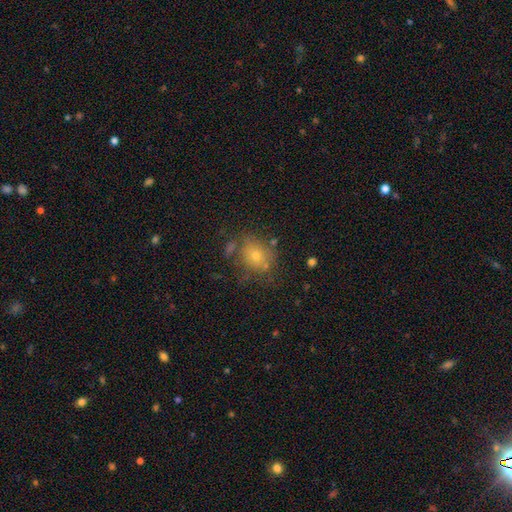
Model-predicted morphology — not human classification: Overall: smooth (58%; featured or disk 23%). How rounded: round (62%; in between 37%). Merging: none (65%).